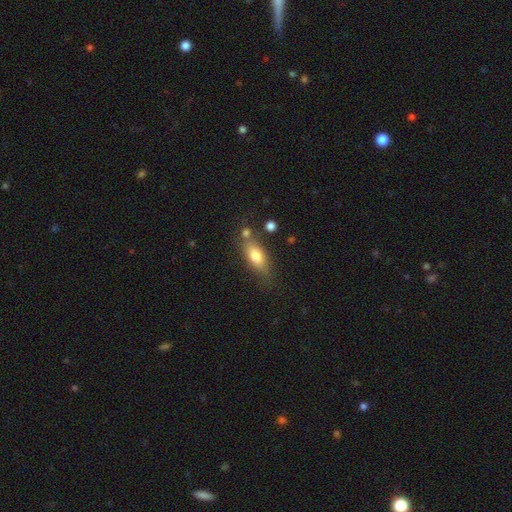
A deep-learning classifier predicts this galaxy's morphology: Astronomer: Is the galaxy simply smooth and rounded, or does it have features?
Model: smooth — 73%.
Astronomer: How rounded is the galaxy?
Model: in between — 73%.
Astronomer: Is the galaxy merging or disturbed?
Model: none — 64%.